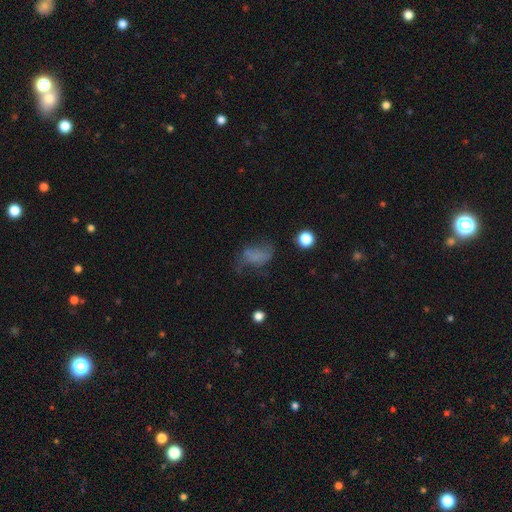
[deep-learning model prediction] Q: Smooth or featured?
A: smooth (51%); runner-up: featured or disk (31%)
Q: How rounded?
A: in between (81%); runner-up: round (15%)
Q: Merging?
A: none (37%); runner-up: major disturbance (34%)